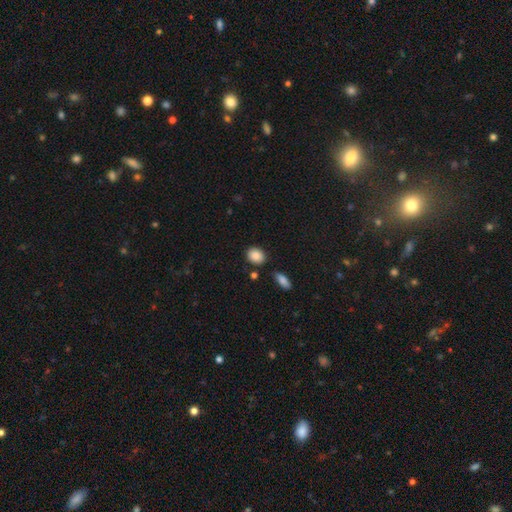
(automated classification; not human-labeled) A smooth galaxy with no disk features (88%) that is in between round and cigar-shaped (50%). Merging: none (80%).